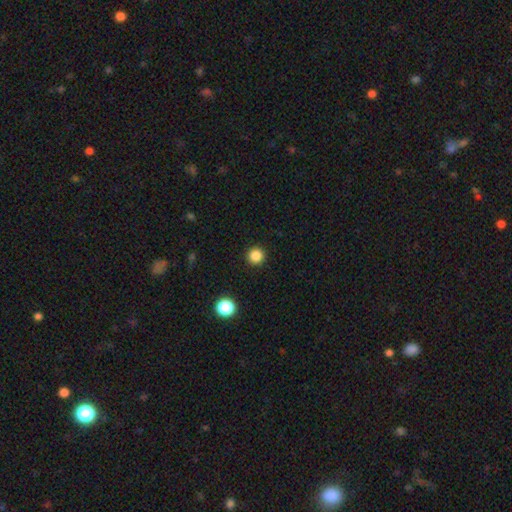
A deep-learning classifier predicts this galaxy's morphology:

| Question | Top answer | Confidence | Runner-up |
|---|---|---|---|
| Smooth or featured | smooth | 86% | star or artifact (11%) |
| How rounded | round | 95% | in between (4%) |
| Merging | none | 93% | minor disturbance (4%) |